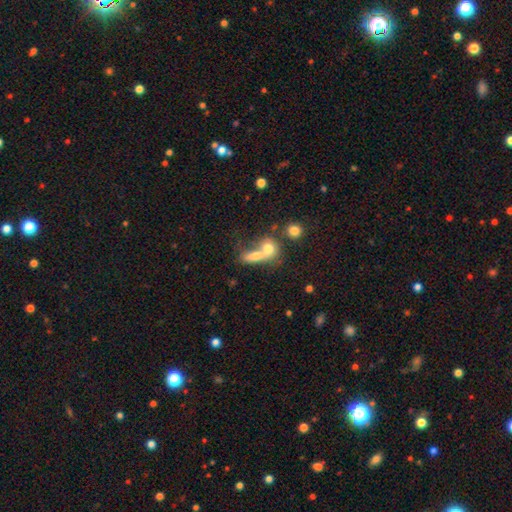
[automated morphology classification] Overall: smooth (70%). How rounded: in between (60%; round 22%). Merging: merger (62%; none 24%).